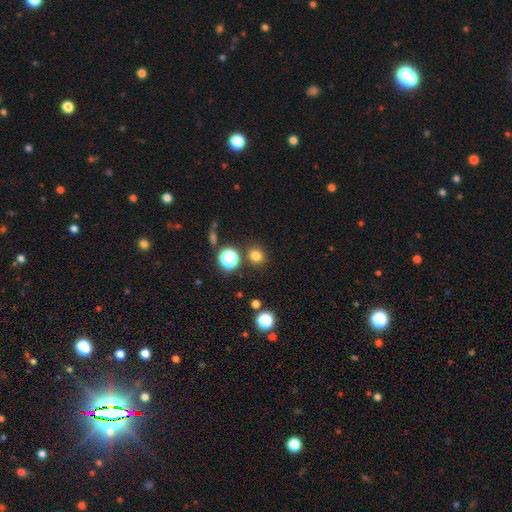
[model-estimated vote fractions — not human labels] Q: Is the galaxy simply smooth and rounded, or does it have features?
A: smooth — 77%.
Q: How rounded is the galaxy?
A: round — 86%.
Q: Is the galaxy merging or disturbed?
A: none — 86%.